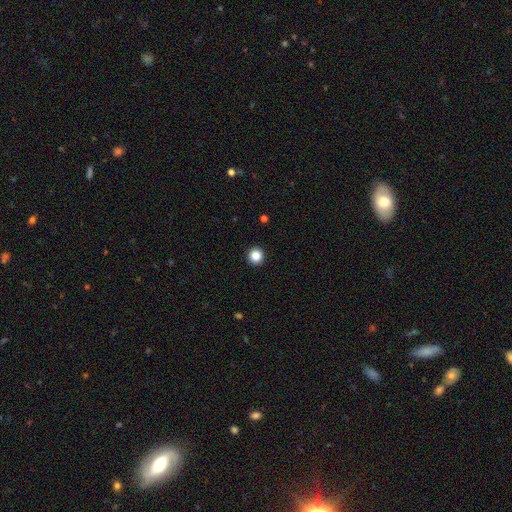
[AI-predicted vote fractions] Smooth or featured?
  - smooth: 85% *
  - star or artifact: 11%
  - featured or disk: 4%
How rounded?
  - round: 95% *
  - in between: 4%
  - cigar-shaped: 1%
Merging?
  - none: 94% *
  - minor disturbance: 4%
  - major disturbance: 1%
  - merger: 1%